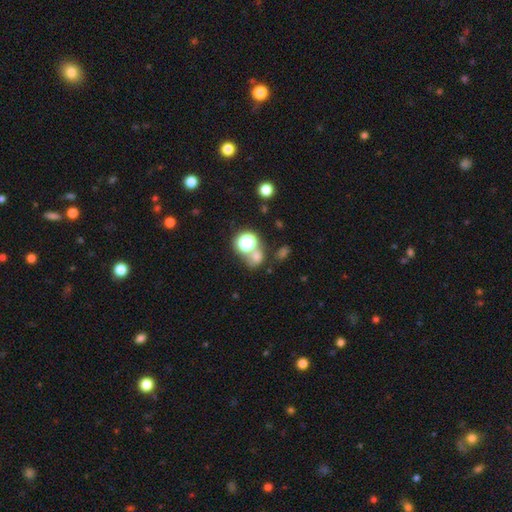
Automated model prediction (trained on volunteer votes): Morphology: type=smooth (60%); roundness=round (66%); merging=none (50%).